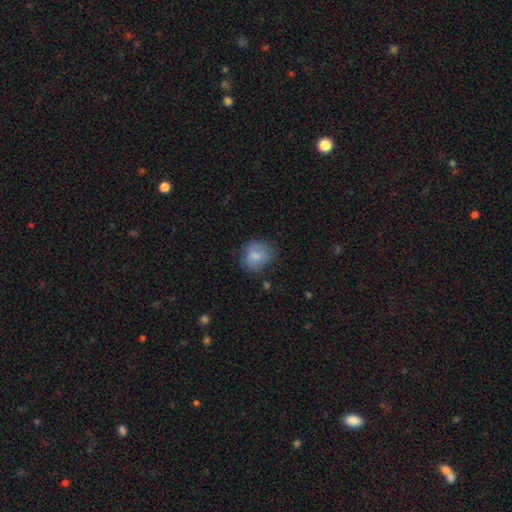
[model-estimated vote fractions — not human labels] This appears to be a smooth galaxy with no disk features (74%) that is round (69%). Merging: none (64%).